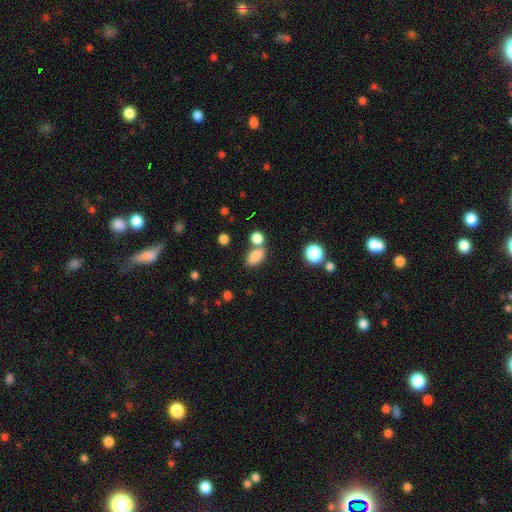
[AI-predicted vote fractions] The model was most divided on "merging": none: 57%, merger: 27%, minor disturbance: 12%, major disturbance: 4%. More confident: how rounded — in between (85%); smooth or featured — smooth (83%).